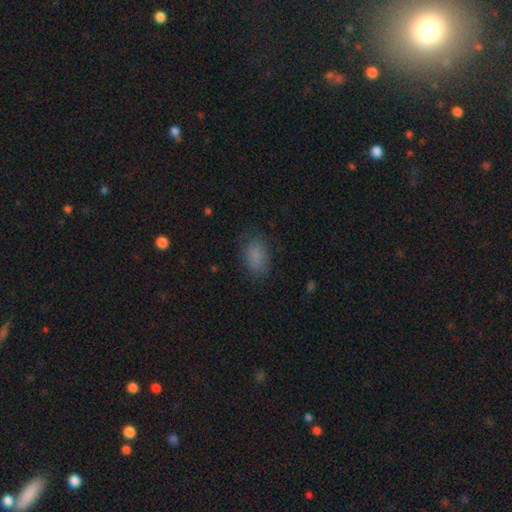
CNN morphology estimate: smooth-or-featured: smooth: 83% | star or artifact: 10% | featured or disk: 7%
  how-rounded: in between: 85% | round: 14% | cigar-shaped: 2%
  merging: none: 74% | minor disturbance: 18% | major disturbance: 7% | merger: 1%